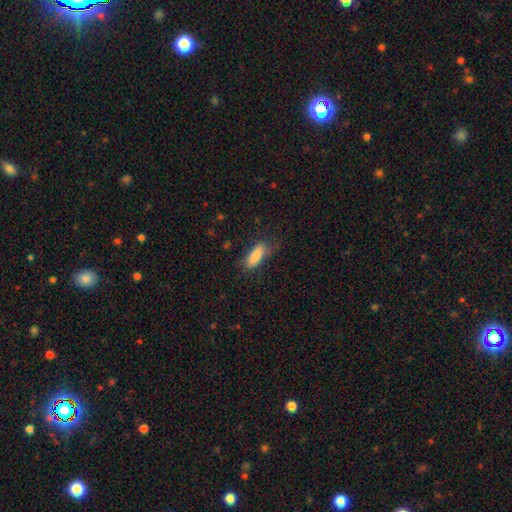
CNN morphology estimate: A smooth galaxy with no disk features (84%) that is in between round and cigar-shaped (66%). Merging: none (66%).